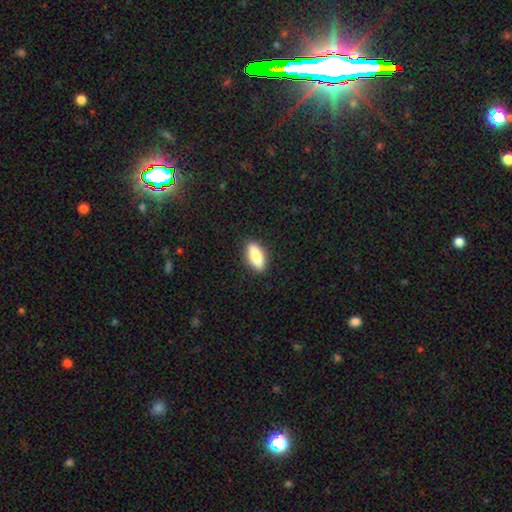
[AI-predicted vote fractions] smooth_or_featured: smooth (p=0.81) [alt: featured or disk p=0.12]
how_rounded: in between (p=0.68) [alt: cigar-shaped p=0.30]
merging: none (p=0.88) [alt: minor disturbance p=0.08]